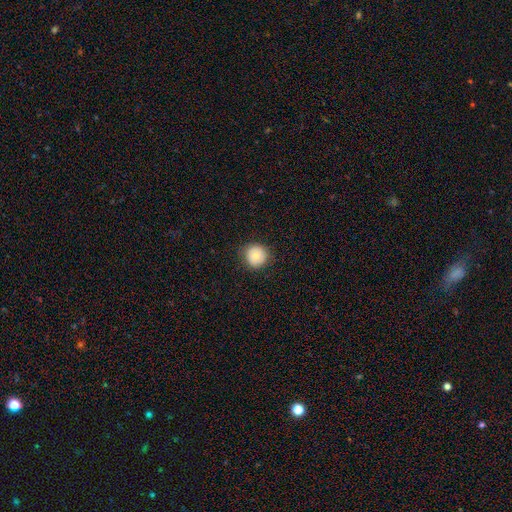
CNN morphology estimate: Smooth or featured?
  - smooth: 74% *
  - featured or disk: 17%
  - star or artifact: 9%
How rounded?
  - round: 93% *
  - in between: 6%
  - cigar-shaped: 1%
Merging?
  - none: 85% *
  - minor disturbance: 11%
  - major disturbance: 3%
  - merger: 1%